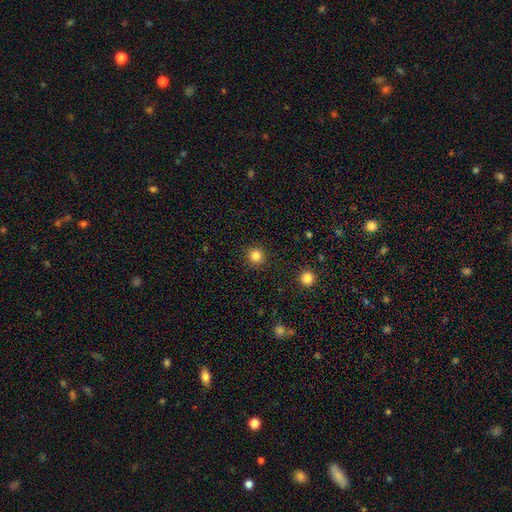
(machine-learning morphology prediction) Smooth or featured?
  - smooth: 84% *
  - star or artifact: 12%
  - featured or disk: 4%
How rounded?
  - round: 94% *
  - in between: 5%
  - cigar-shaped: 1%
Merging?
  - none: 91% *
  - minor disturbance: 5%
  - major disturbance: 2%
  - merger: 1%